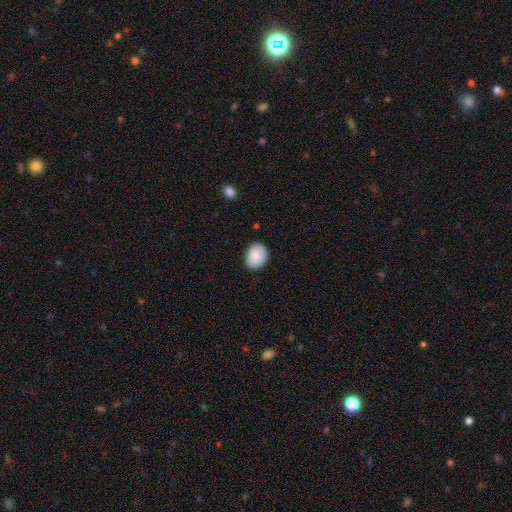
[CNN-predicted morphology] smooth_or_featured: smooth (p=0.85) [alt: featured or disk p=0.08]
how_rounded: in between (p=0.60) [alt: round p=0.40]
merging: none (p=0.82) [alt: minor disturbance p=0.15]